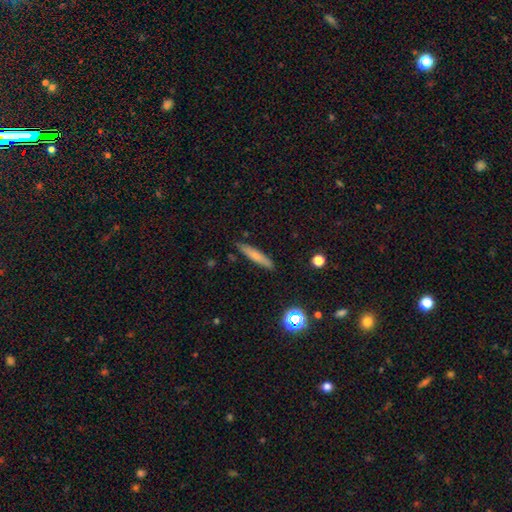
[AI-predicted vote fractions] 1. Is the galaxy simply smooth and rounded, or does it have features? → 67% smooth, 25% featured or disk, 8% star or artifact.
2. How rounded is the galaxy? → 89% cigar-shaped, 9% in between, 2% round.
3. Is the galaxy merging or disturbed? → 86% none, 10% minor disturbance, 2% major disturbance, 2% merger.